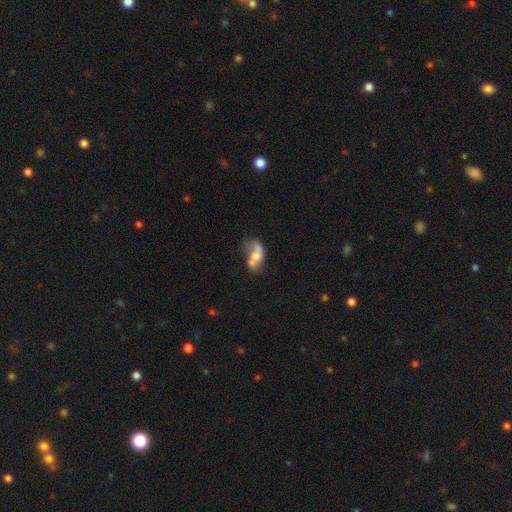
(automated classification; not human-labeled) A featured or disk galaxy (51%).

Vote fractions:
- Smooth or featured? featured or disk: 51% / smooth: 40% / star or artifact: 9%
- Edge-on disk? no: 96% / yes: 4%
- Merging? merger: 32% / none: 25% / major disturbance: 25% / minor disturbance: 18%